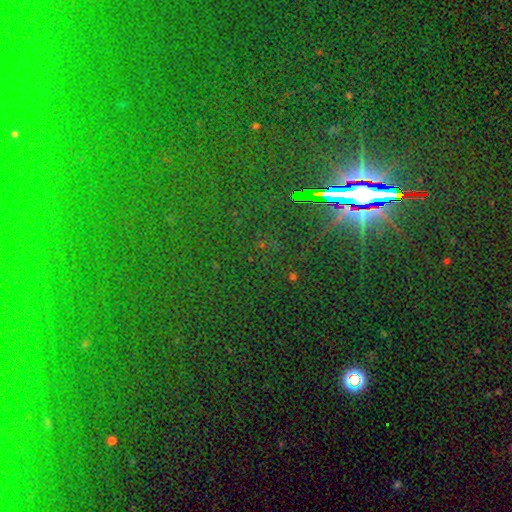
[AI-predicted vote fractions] Q: Smooth or featured?
A: star or artifact (84%); runner-up: featured or disk (8%)